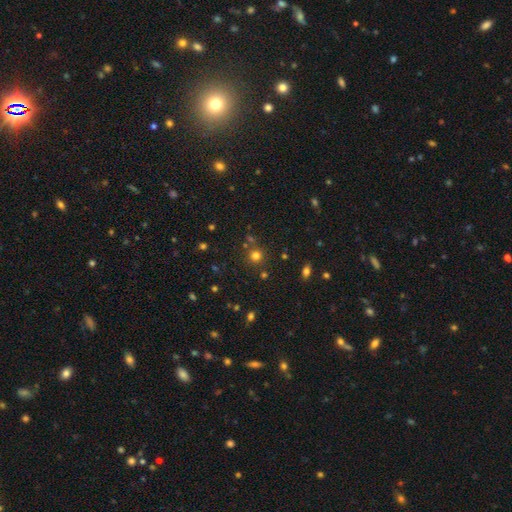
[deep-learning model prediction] smooth 72%, star or artifact 21%, featured or disk 7%. Down the decision tree: how rounded — round (93%); merging — none (82%).